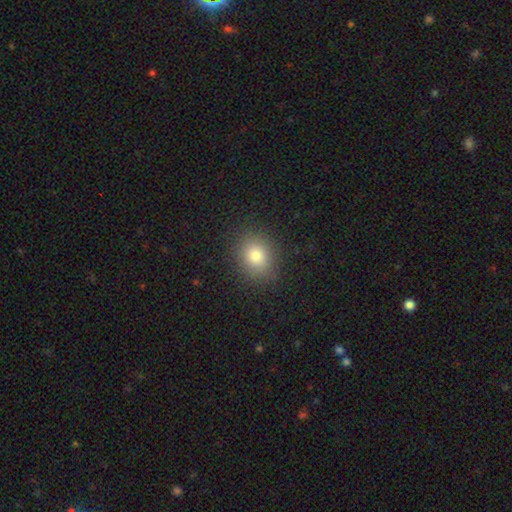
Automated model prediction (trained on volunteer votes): This is clearly a smooth galaxy (80%). How rounded: likely round (61%). Merging: clearly none (88%).